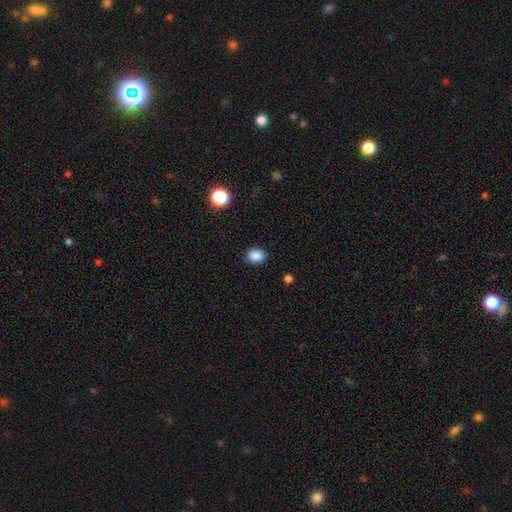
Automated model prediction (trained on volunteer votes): A smooth galaxy with no disk features (87%) that is in between round and cigar-shaped (54%).

Vote fractions:
- Smooth or featured? smooth: 87% / star or artifact: 10% / featured or disk: 3%
- How rounded? in between: 54% / round: 45% / cigar-shaped: 1%
- Merging? none: 86% / minor disturbance: 11% / major disturbance: 3% / merger: 1%